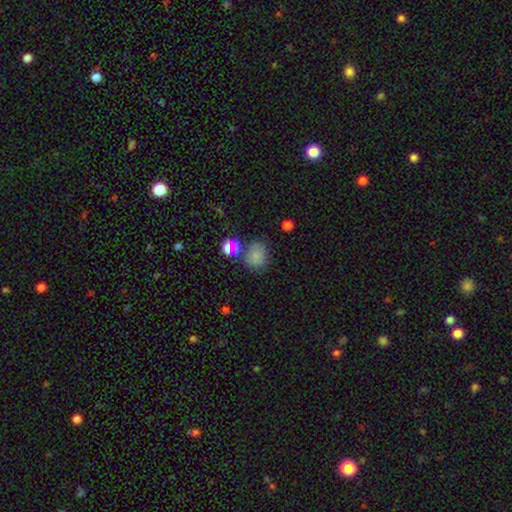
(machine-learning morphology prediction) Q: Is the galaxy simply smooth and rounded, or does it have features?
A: smooth — 71%.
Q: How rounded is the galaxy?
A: round — 70%.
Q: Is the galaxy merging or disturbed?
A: none — 64%.